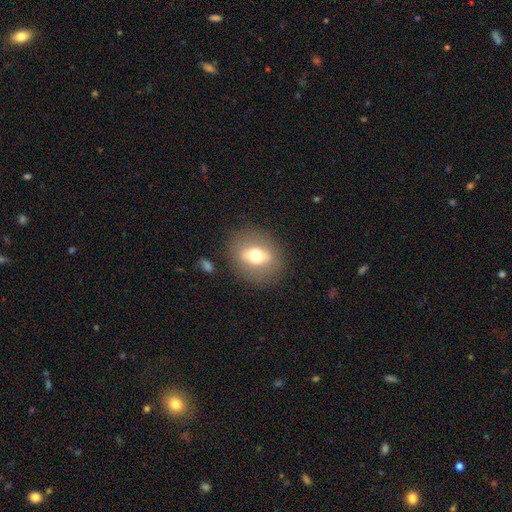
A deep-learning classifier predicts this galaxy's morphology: A smooth galaxy with no disk features (56%) that is round (54%). Merging: none (85%).